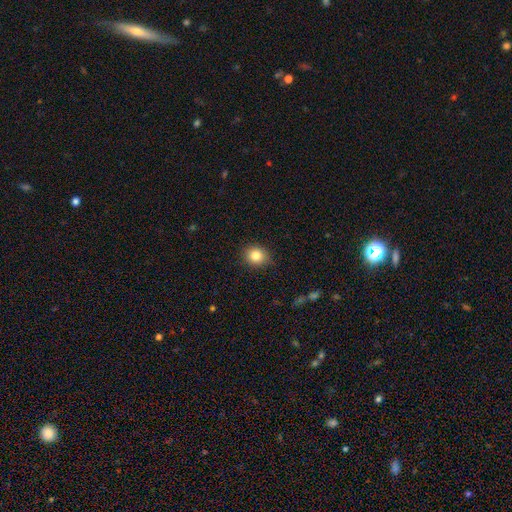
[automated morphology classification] smooth 84%, star or artifact 10%, featured or disk 6%. Down the decision tree: how rounded — round (73%); merging — none (86%).